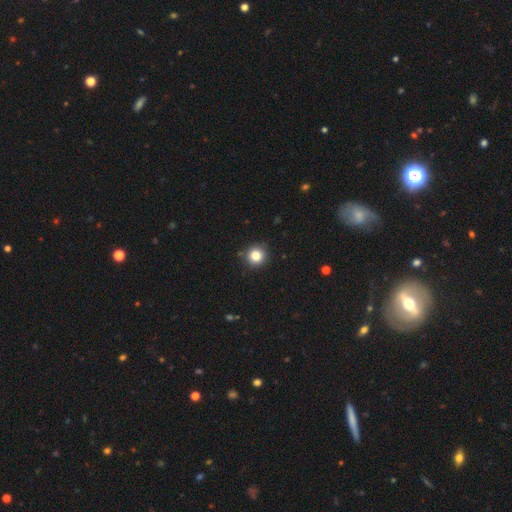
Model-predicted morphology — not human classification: A smooth galaxy with no disk features (84%) that is round (94%). Merging: none (89%).